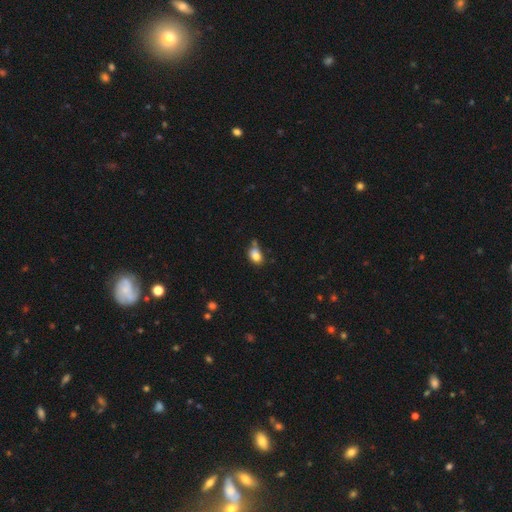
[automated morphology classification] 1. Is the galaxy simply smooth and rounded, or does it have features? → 81% smooth, 10% star or artifact, 9% featured or disk.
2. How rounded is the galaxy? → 73% in between, 26% round, 2% cigar-shaped.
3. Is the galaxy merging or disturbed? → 49% none, 26% minor disturbance, 18% merger, 7% major disturbance.